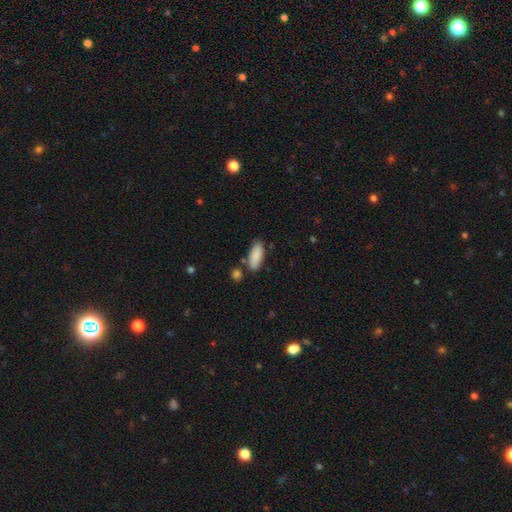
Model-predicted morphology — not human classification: Smooth or featured: smooth — 89% (star or artifact — 6%)
How rounded: in between — 82% (cigar-shaped — 16%)
Merging: none — 77% (minor disturbance — 13%)